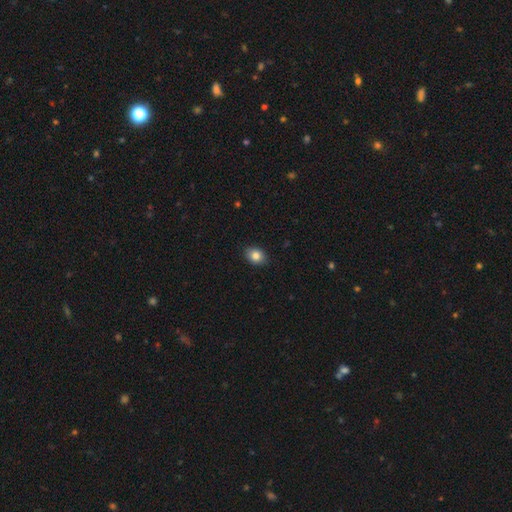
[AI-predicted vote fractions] Q: Smooth or featured?
A: smooth (83%); runner-up: star or artifact (9%)
Q: How rounded?
A: in between (60%); runner-up: round (39%)
Q: Merging?
A: none (89%); runner-up: minor disturbance (9%)